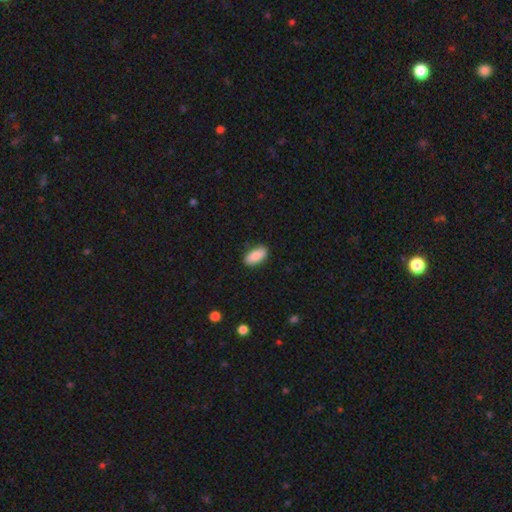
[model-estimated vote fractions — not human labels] smooth-or-featured: smooth: 87% | featured or disk: 7% | star or artifact: 6%
  how-rounded: in between: 89% | cigar-shaped: 8% | round: 2%
  merging: none: 86% | minor disturbance: 10% | major disturbance: 2% | merger: 1%